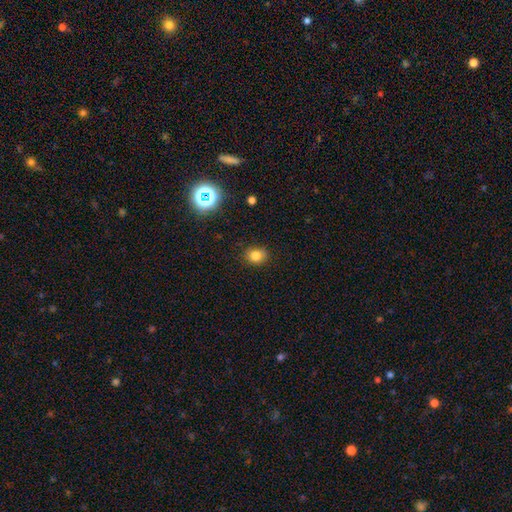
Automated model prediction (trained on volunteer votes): Smooth or featured? Predicted: smooth (p=0.79). How rounded? Predicted: round (p=0.63). Merging? Predicted: none (p=0.85).